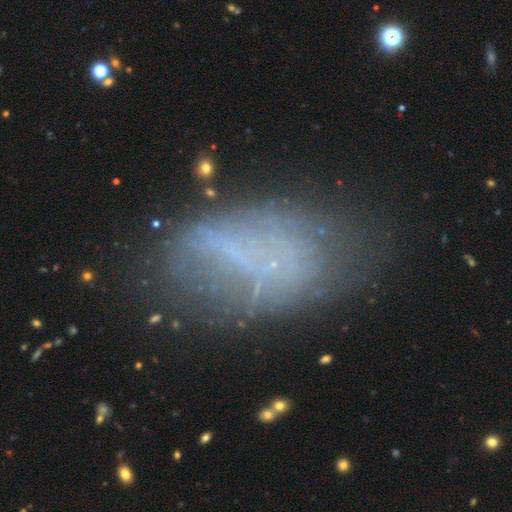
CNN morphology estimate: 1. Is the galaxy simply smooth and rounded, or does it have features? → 43% smooth, 38% featured or disk, 19% star or artifact.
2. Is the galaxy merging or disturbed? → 48% none, 24% minor disturbance, 22% major disturbance, 5% merger.